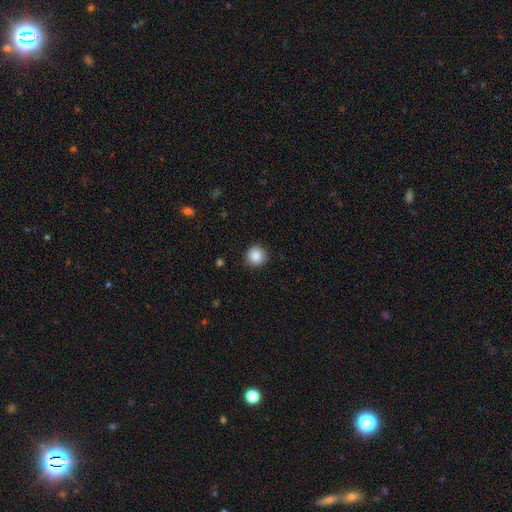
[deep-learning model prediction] This appears to be a smooth galaxy with no disk features (88%) that is round (92%). Merging: none (88%).